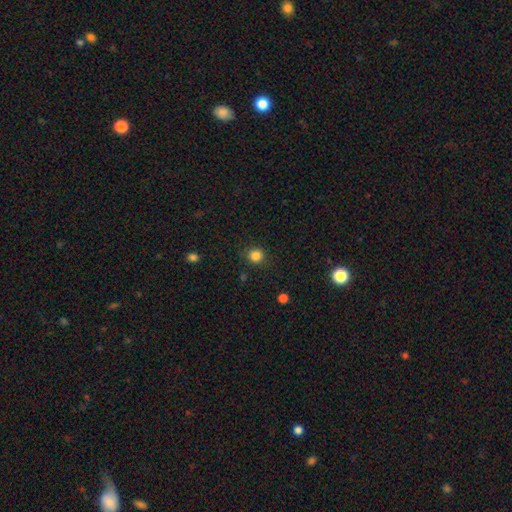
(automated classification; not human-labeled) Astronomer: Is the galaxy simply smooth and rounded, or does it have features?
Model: smooth — 84%.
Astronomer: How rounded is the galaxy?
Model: round — 89%.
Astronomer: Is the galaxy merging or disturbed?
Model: none — 88%.